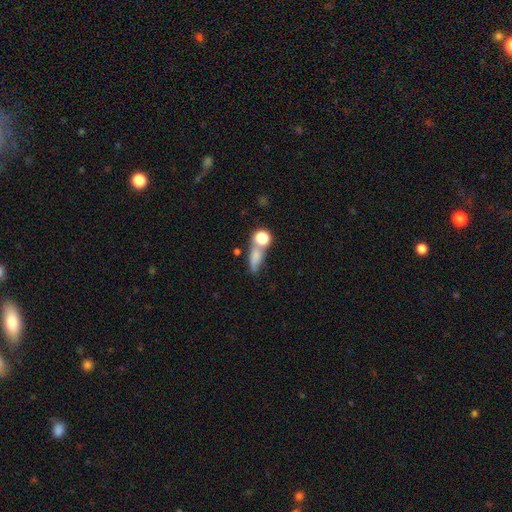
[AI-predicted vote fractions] Smooth or featured: smooth — 68% (featured or disk — 17%)
How rounded: in between — 42% (round — 29%)
Merging: none — 42% (merger — 31%)